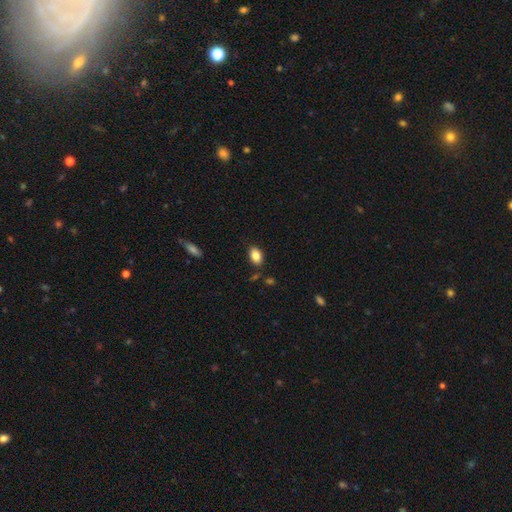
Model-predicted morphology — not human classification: A smooth galaxy with no disk features (85%) that is in between round and cigar-shaped (87%). Merging: none (83%).